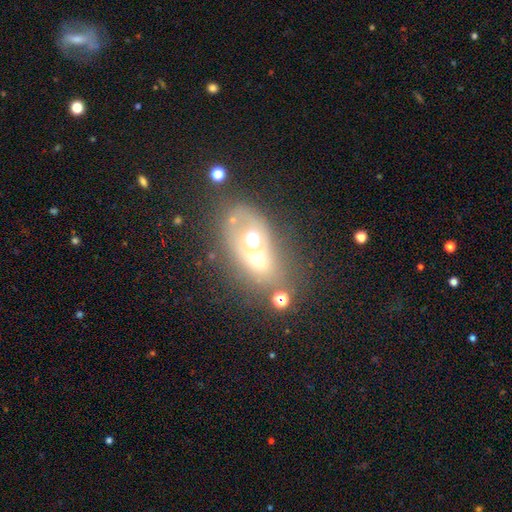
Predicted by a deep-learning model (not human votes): smooth 44%, featured or disk 42%, star or artifact 14%. Down the decision tree: merging — merger (59%).